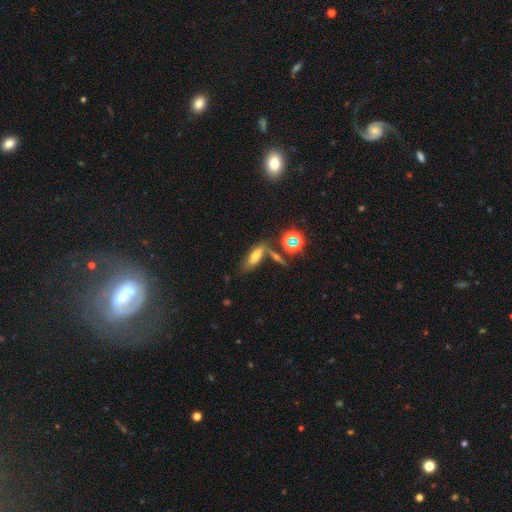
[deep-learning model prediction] Smooth or featured? Predicted: smooth (p=0.62). How rounded? Predicted: in between (p=0.62). Merging? Predicted: none (p=0.54).